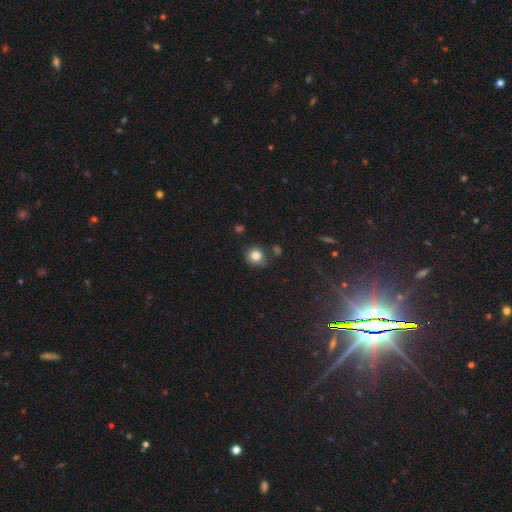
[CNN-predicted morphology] This appears to be a smooth galaxy with no disk features (82%) that is round (85%). Merging: none (73%).